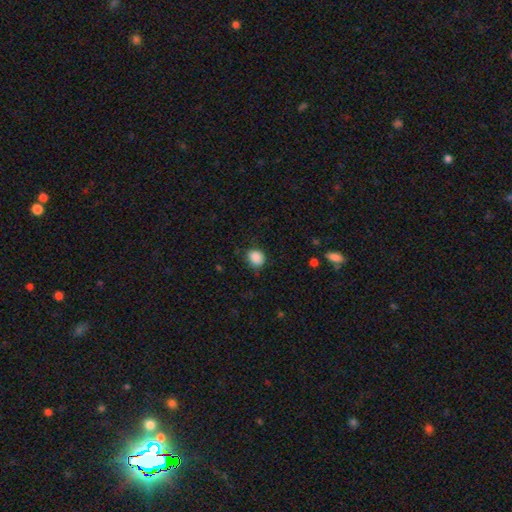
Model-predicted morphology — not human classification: Q: Smooth or featured?
A: smooth (88%); runner-up: star or artifact (9%)
Q: How rounded?
A: round (60%); runner-up: in between (39%)
Q: Merging?
A: none (79%); runner-up: minor disturbance (16%)